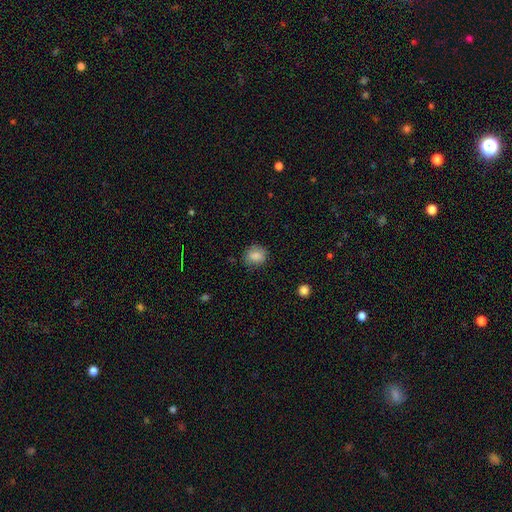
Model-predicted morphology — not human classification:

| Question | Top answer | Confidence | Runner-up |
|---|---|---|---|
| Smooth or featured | smooth | 85% | star or artifact (9%) |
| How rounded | round | 67% | in between (32%) |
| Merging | none | 80% | minor disturbance (15%) |